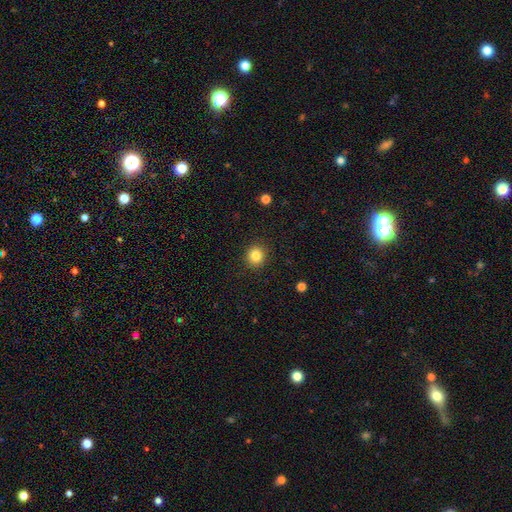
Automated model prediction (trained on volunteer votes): Smooth or featured?
  - smooth: 84% *
  - star or artifact: 11%
  - featured or disk: 5%
How rounded?
  - round: 90% *
  - in between: 9%
  - cigar-shaped: 1%
Merging?
  - none: 92% *
  - minor disturbance: 5%
  - major disturbance: 2%
  - merger: 1%